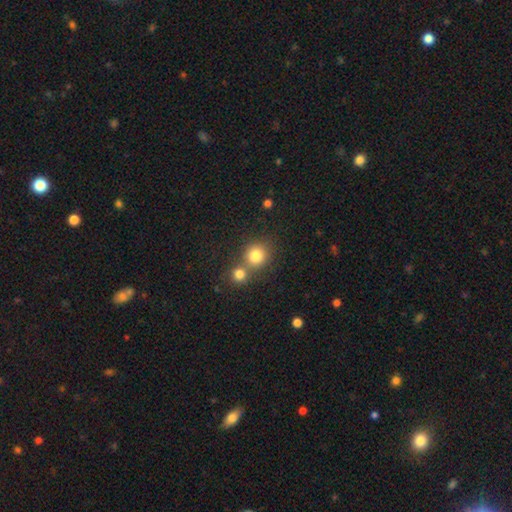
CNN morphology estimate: Smooth or featured? Predicted: smooth (p=0.80). How rounded? Predicted: round (p=0.88). Merging? Predicted: none (p=0.54).